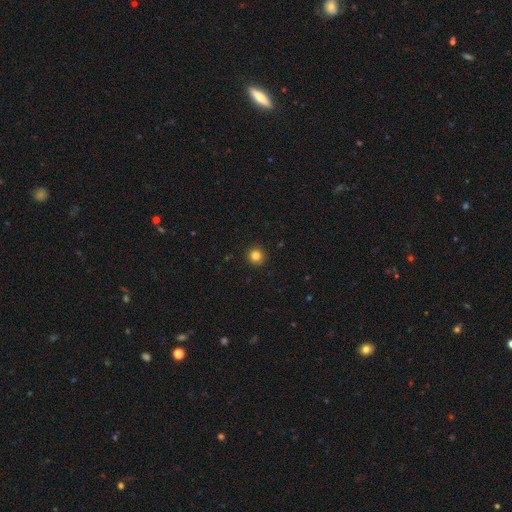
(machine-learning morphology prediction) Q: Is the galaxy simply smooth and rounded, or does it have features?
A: smooth — 84%.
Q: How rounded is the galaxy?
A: round — 94%.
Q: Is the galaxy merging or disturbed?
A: none — 92%.